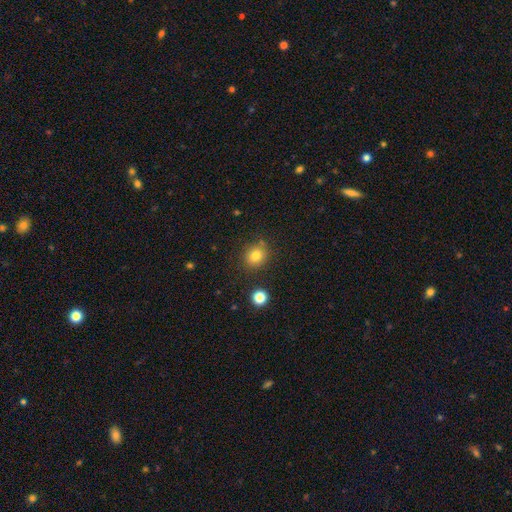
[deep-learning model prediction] A smooth galaxy with no disk features (80%) that is round (79%). Merging: none (81%).